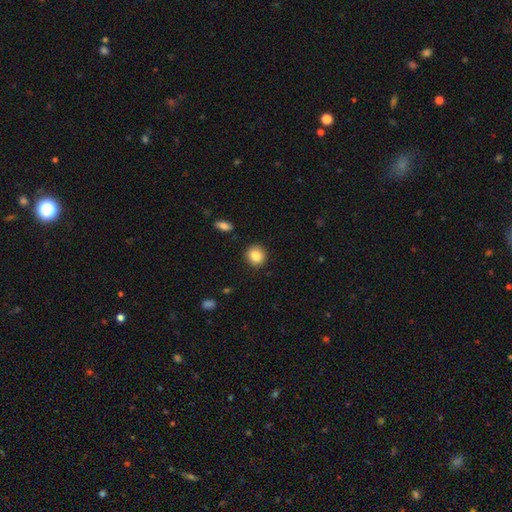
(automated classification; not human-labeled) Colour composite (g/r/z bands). It shows a smooth galaxy with no disk features (85%) that is round (87%). Merging: none (91%).